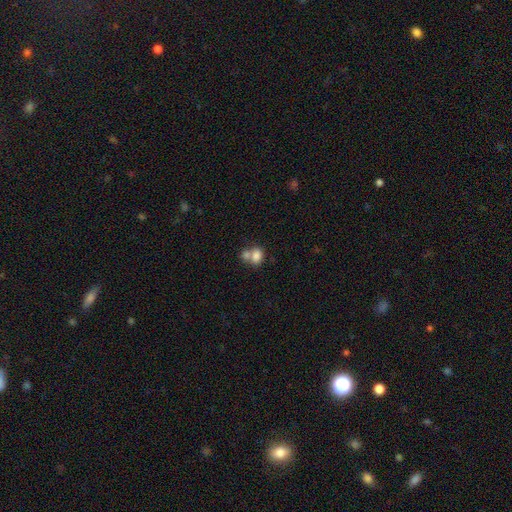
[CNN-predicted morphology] type=smooth (79%); roundness=in between (65%); merging=merger (57%).